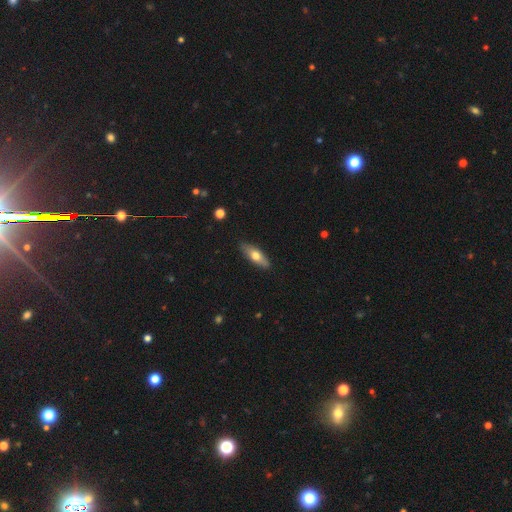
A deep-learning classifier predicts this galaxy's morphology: The model was most divided on "how rounded": in between: 55%, cigar-shaped: 42%, round: 3%. More confident: merging — none (88%); smooth or featured — smooth (60%).